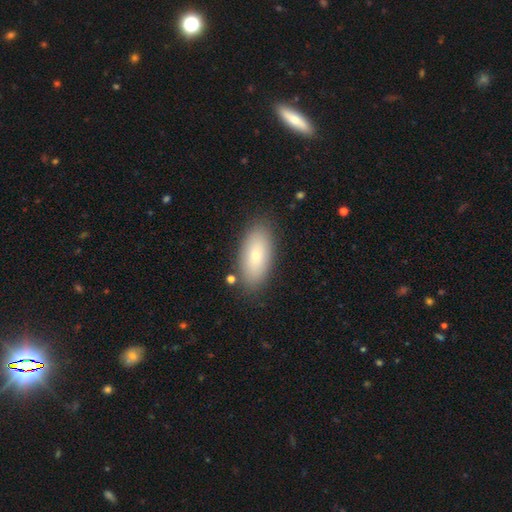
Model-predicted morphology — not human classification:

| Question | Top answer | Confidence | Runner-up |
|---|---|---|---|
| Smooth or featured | smooth | 73% | featured or disk (19%) |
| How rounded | in between | 88% | cigar-shaped (8%) |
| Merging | none | 85% | minor disturbance (10%) |